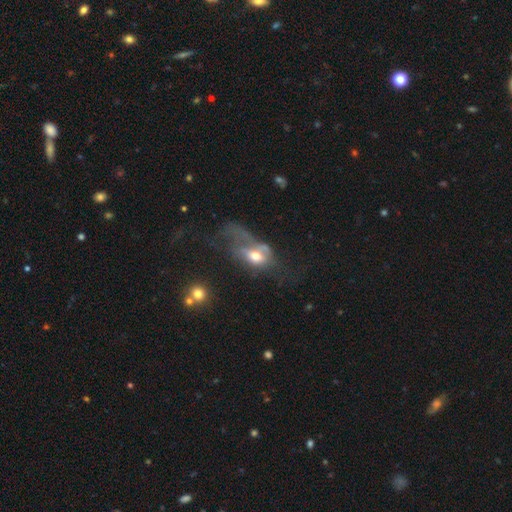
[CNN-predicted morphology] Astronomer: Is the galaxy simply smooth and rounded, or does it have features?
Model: smooth — 51% (runner-up: featured or disk, 40%).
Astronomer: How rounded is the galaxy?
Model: in between — 75%.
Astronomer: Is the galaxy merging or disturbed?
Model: major disturbance — 64%.